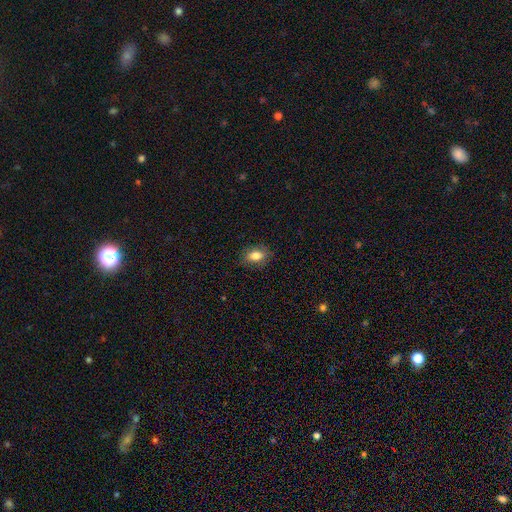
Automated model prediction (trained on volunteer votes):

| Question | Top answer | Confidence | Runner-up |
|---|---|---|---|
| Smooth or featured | smooth | 81% | featured or disk (11%) |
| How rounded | in between | 82% | round (15%) |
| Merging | none | 82% | minor disturbance (13%) |